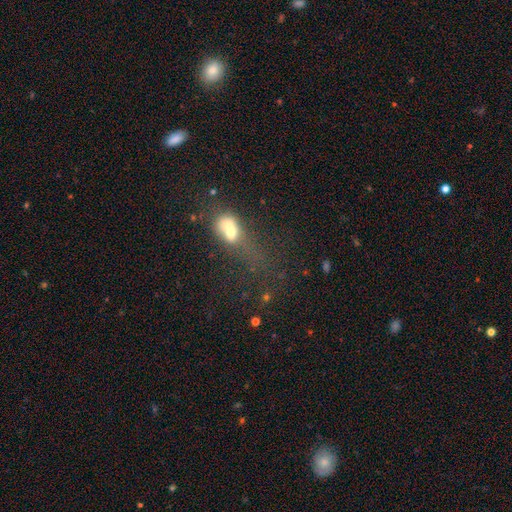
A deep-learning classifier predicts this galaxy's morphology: Smooth or featured? smooth (51%)
How rounded? in between (60%)
Merging? major disturbance (44%)